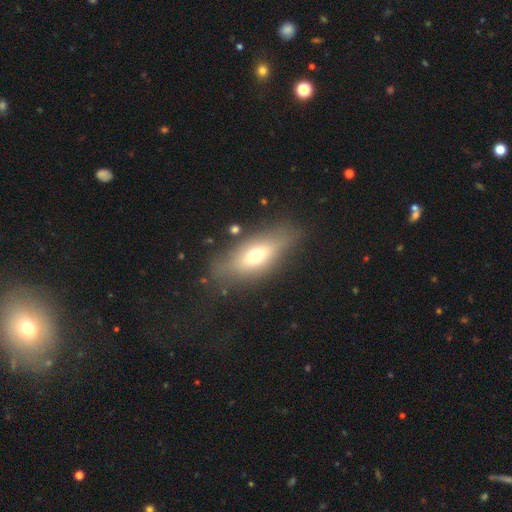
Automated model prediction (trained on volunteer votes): Q: Smooth or featured?
A: smooth (57%); runner-up: featured or disk (34%)
Q: How rounded?
A: in between (71%); runner-up: cigar-shaped (23%)
Q: Merging?
A: none (74%); runner-up: minor disturbance (16%)